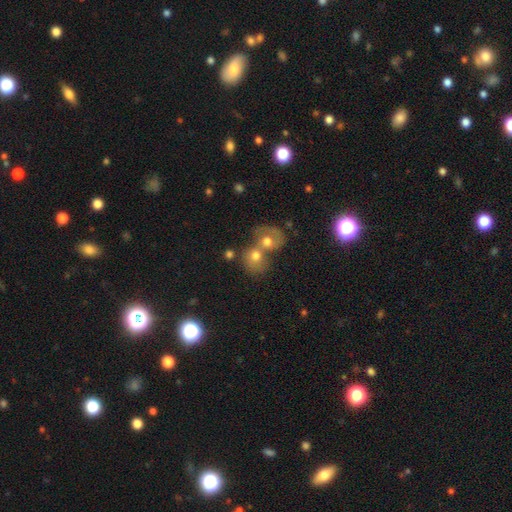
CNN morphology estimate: A smooth galaxy with no disk features (57%) that is round (65%). Merging: merger (71%).